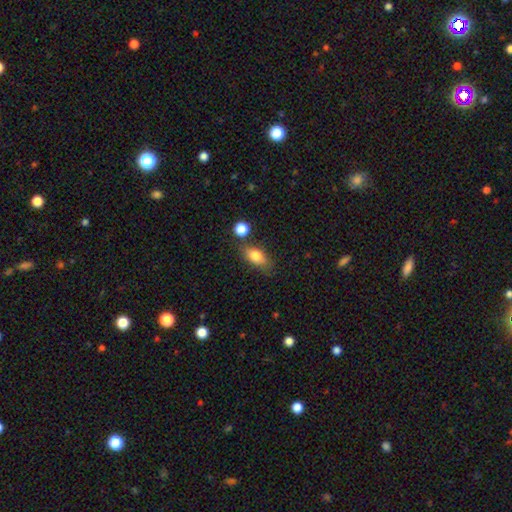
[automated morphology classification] type=smooth (79%); roundness=in between (81%); merging=none (70%).